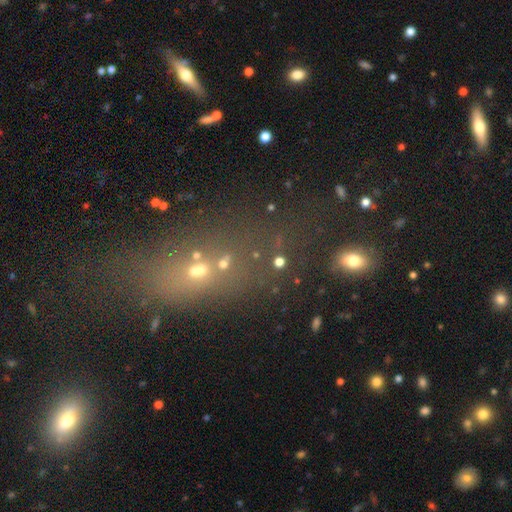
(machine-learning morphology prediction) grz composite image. It shows a smooth galaxy with no disk features (41%). Merging: none (51%).